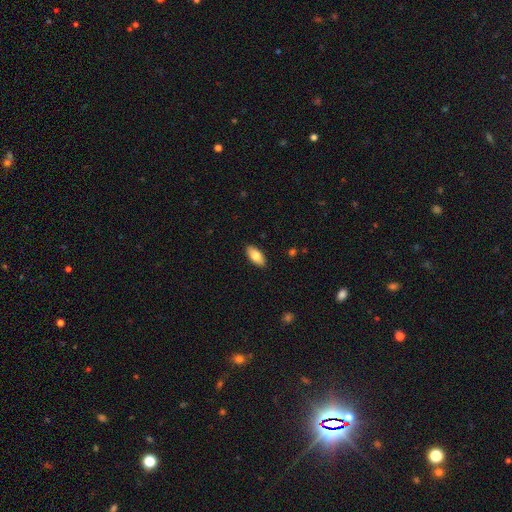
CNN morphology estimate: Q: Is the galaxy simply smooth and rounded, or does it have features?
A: smooth — 78%.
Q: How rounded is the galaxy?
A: in between — 89%.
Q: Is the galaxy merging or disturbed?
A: none — 89%.